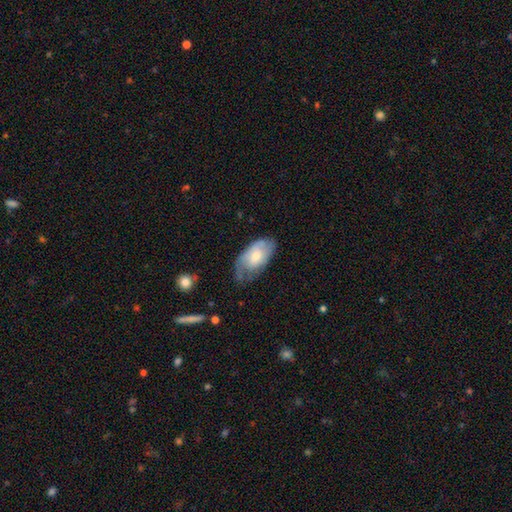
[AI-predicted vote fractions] Overall: smooth (53%; featured or disk 41%). How rounded: in between (93%). Merging: none (44%; minor disturbance 36%).